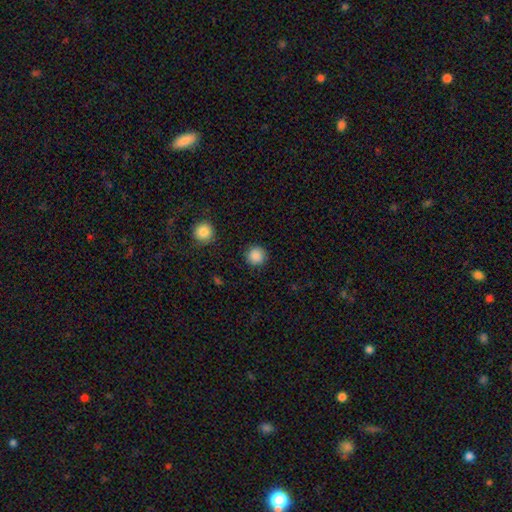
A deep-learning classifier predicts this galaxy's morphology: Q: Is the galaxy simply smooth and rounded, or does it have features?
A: smooth — 87%.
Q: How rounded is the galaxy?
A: round — 95%.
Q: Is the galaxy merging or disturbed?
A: none — 90%.